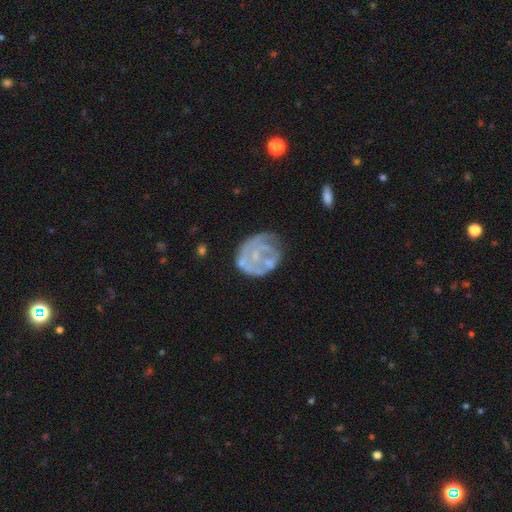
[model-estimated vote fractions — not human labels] Smooth or featured? Predicted: featured or disk (p=0.69). Edge-on disk? Predicted: no (p=0.98). Bar? Predicted: no (p=0.78). Spiral arms? Predicted: no (p=0.51). Bulge size? Predicted: none (p=0.41). Merging? Predicted: none (p=0.48).